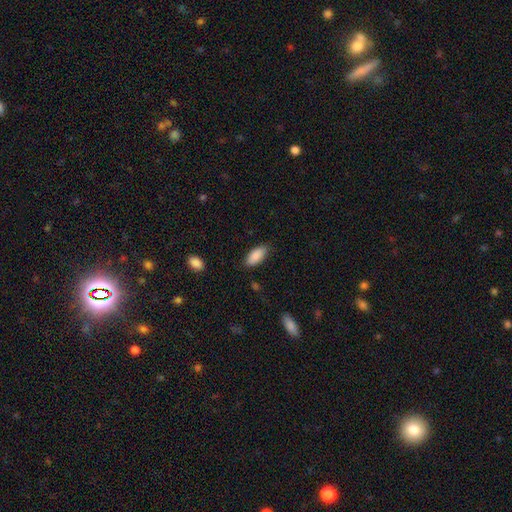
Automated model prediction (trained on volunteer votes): Overall: smooth (88%). How rounded: in between (88%). Merging: none (83%).